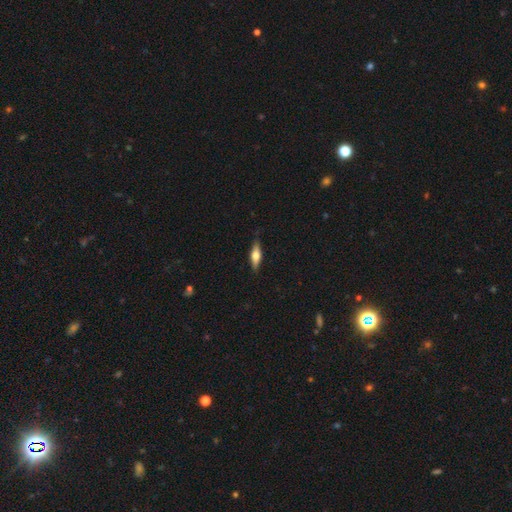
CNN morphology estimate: Overall: smooth (49%; featured or disk 45%). Merging: none (85%).